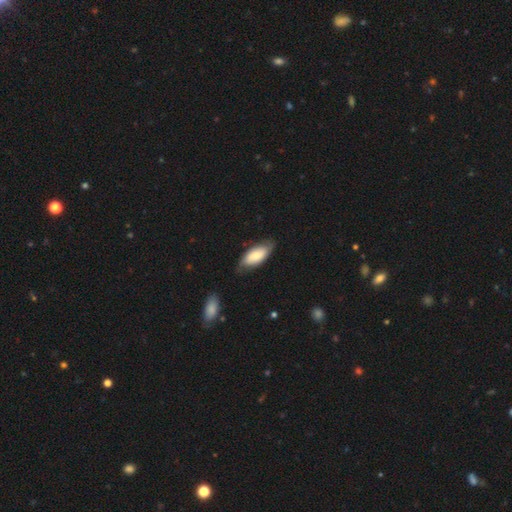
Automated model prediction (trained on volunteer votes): Smooth or featured?
  - smooth: 73% *
  - featured or disk: 21%
  - star or artifact: 6%
How rounded?
  - in between: 85% *
  - cigar-shaped: 13%
  - round: 2%
Merging?
  - none: 70% *
  - minor disturbance: 23%
  - major disturbance: 5%
  - merger: 2%